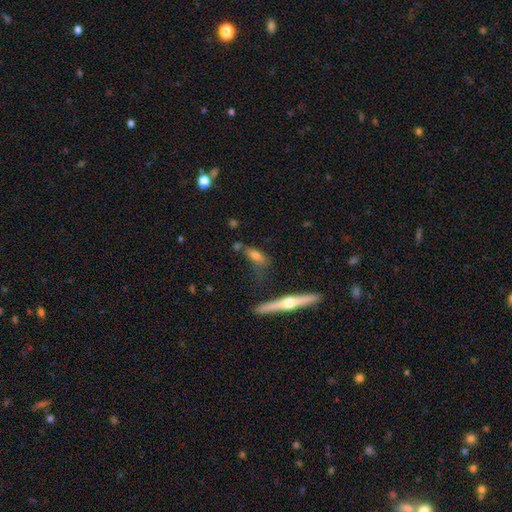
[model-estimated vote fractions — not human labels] The model was most divided on "how rounded": in between: 54%, cigar-shaped: 39%, round: 7%. More confident: merging — none (56%); smooth or featured — smooth (54%).